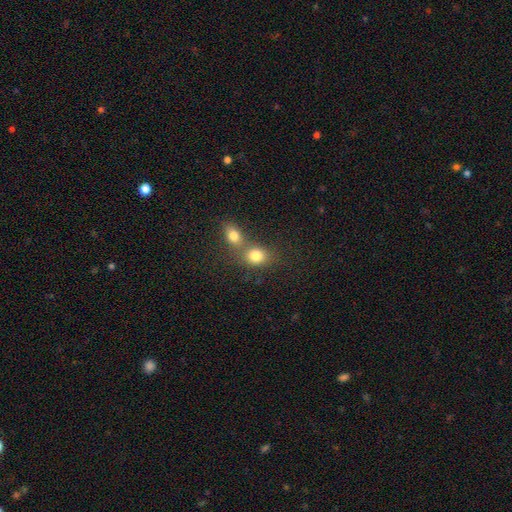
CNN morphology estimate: smooth-or-featured: smooth: 79% | star or artifact: 12% | featured or disk: 9%
  how-rounded: round: 58% | in between: 40% | cigar-shaped: 1%
  merging: merger: 52% | none: 37% | minor disturbance: 8% | major disturbance: 3%